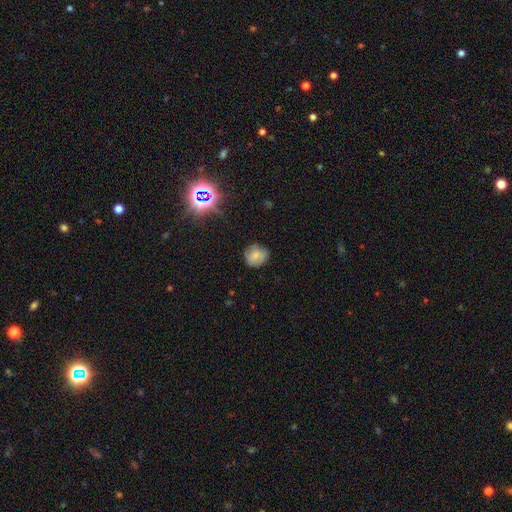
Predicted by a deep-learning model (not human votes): A smooth galaxy with no disk features (73%) that is round (77%). Merging: none (76%).